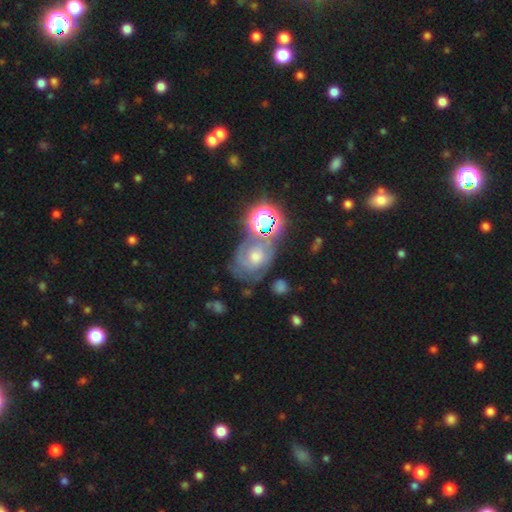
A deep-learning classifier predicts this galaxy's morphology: Q: Smooth or featured?
A: featured or disk (47%); runner-up: star or artifact (30%)
Q: Merging?
A: none (54%); runner-up: minor disturbance (19%)